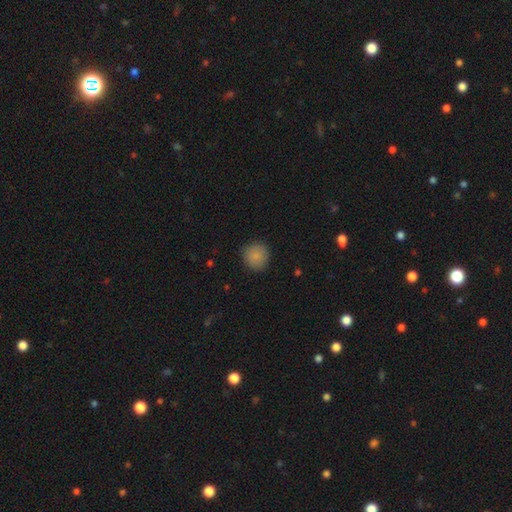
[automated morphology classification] The model was most divided on "merging": none: 87%, minor disturbance: 10%, major disturbance: 2%, merger: 1%. More confident: how rounded — round (93%); smooth or featured — smooth (87%).